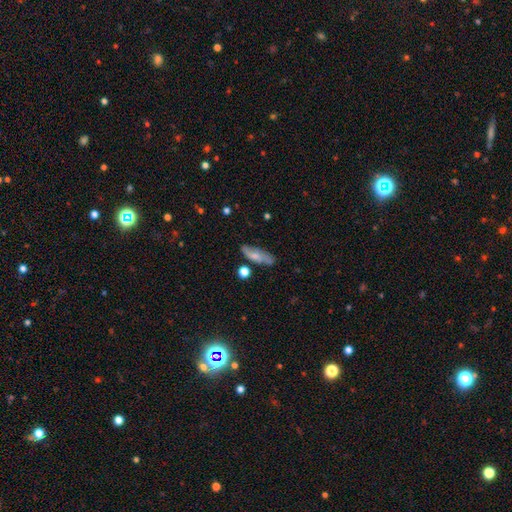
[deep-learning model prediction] smooth 56%, featured or disk 36%, star or artifact 8%. Down the decision tree: how rounded — in between (56%); merging — none (65%).